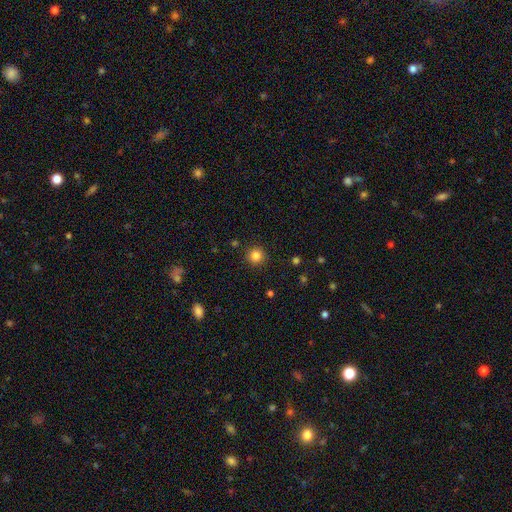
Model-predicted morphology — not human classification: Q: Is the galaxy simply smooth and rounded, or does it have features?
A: smooth — 84%.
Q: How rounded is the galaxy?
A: round — 94%.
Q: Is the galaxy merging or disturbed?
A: none — 90%.